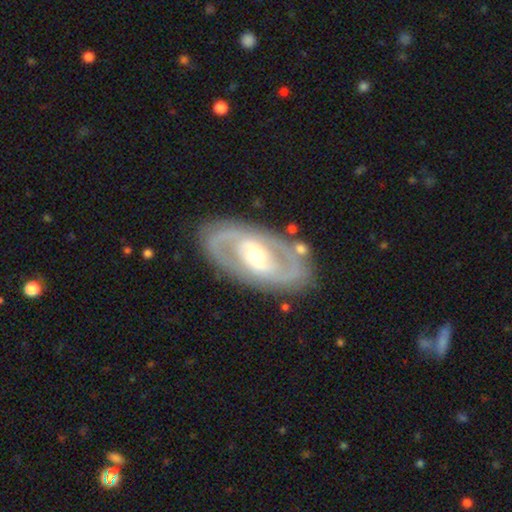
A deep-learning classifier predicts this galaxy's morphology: Smooth or featured?
  - featured or disk: 84% *
  - smooth: 11%
  - star or artifact: 4%
Edge-on disk?
  - no: 94% *
  - yes: 6%
Bar?
  - weak: 40% *
  - no: 30%
  - strong: 29%
Spiral arms?
  - yes: 83% *
  - no: 17%
Spiral winding?
  - medium: 44% *
  - tight: 42%
  - loose: 14%
Spiral arm count?
  - 2: 84% *
  - can't tell: 9%
  - 3: 3%
  - 1: 2%
  - 4: 1%
  - more than 4: 1%
Bulge size?
  - moderate: 69% *
  - small: 22%
  - large: 7%
  - dominant: 1%
  - none: 1%
Merging?
  - none: 82% *
  - minor disturbance: 11%
  - major disturbance: 4%
  - merger: 2%